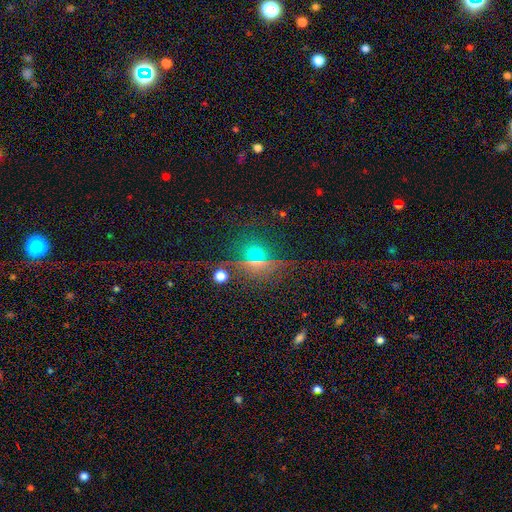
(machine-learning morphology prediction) Smooth or featured: smooth — 45% (star or artifact — 43%)
Merging: none — 75% (minor disturbance — 11%)